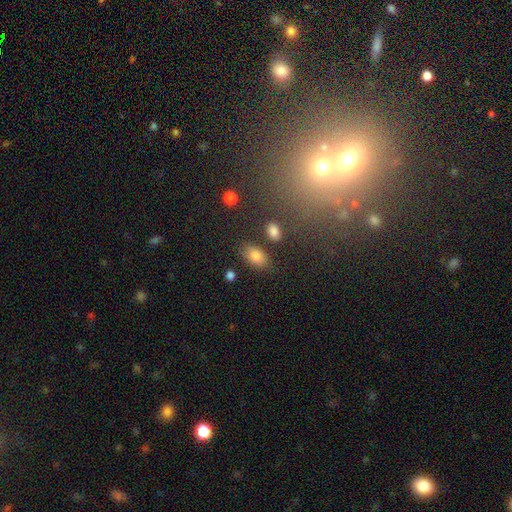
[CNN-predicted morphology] smooth_or_featured: smooth (p=0.83) [alt: star or artifact p=0.09]
how_rounded: in between (p=0.89) [alt: round p=0.09]
merging: none (p=0.78) [alt: minor disturbance p=0.12]